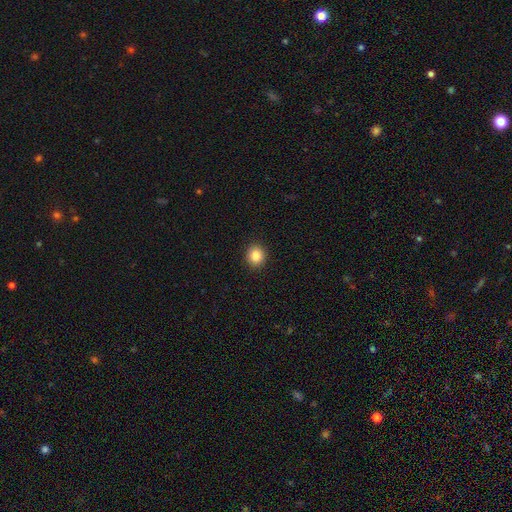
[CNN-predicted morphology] type=smooth (85%); roundness=round (85%); merging=none (92%).